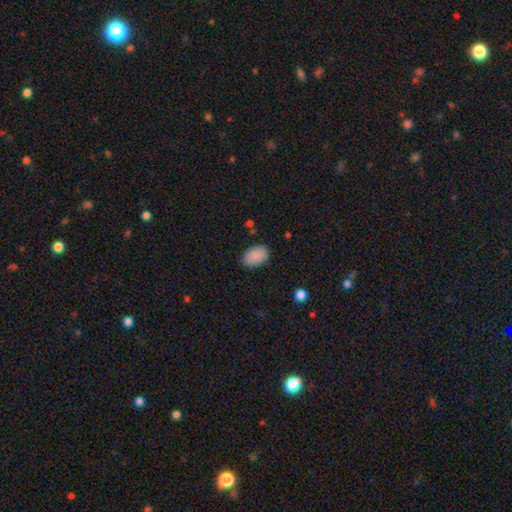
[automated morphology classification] smooth-or-featured: smooth: 90% | star or artifact: 7% | featured or disk: 4%
  how-rounded: in between: 92% | round: 7% | cigar-shaped: 1%
  merging: none: 87% | minor disturbance: 10% | major disturbance: 2% | merger: 1%